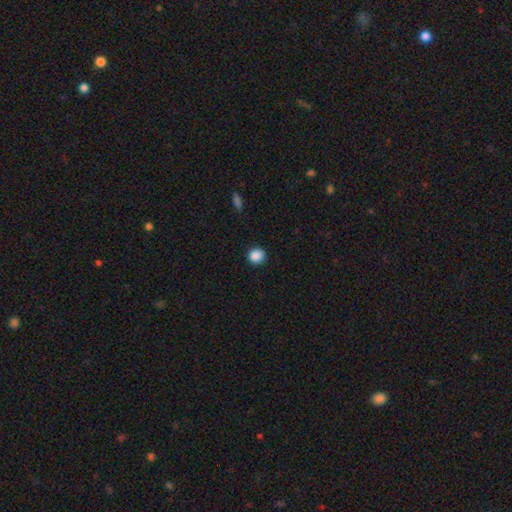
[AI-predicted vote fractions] Q: Smooth or featured?
A: smooth (88%); runner-up: star or artifact (9%)
Q: How rounded?
A: round (90%); runner-up: in between (9%)
Q: Merging?
A: none (90%); runner-up: minor disturbance (7%)